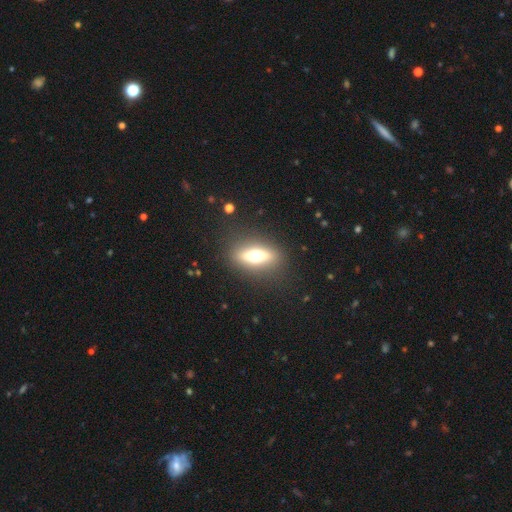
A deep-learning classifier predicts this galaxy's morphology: Smooth or featured? smooth (48%)
Merging? none (84%)